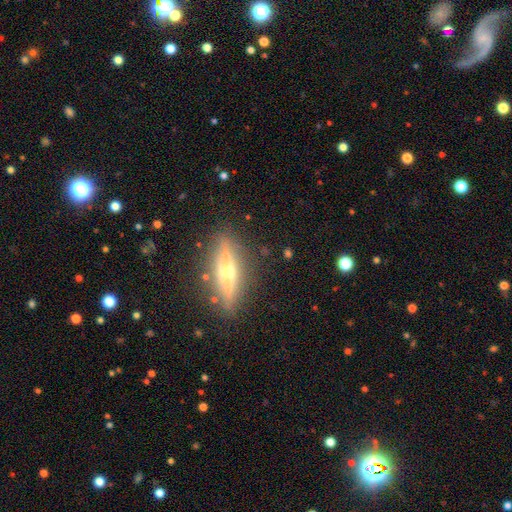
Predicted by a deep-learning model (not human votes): Smooth or featured?
  - featured or disk: 69% *
  - smooth: 23%
  - star or artifact: 8%
Edge-on disk?
  - yes: 93% *
  - no: 7%
Edge-on bulge?
  - rounded: 92% *
  - none: 5%
  - boxy: 4%
Merging?
  - none: 87% *
  - minor disturbance: 9%
  - major disturbance: 3%
  - merger: 2%